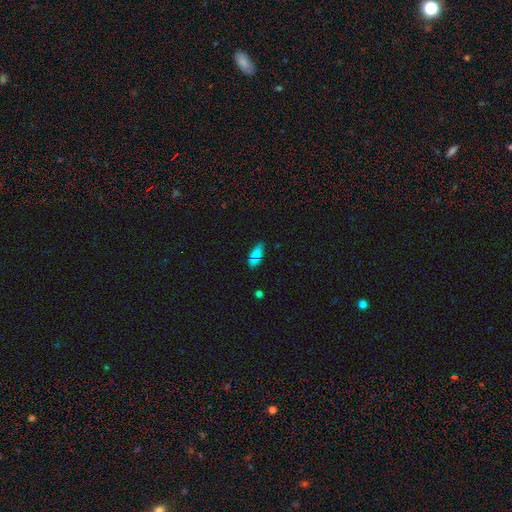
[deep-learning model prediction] A smooth galaxy with no disk features (77%) that is in between round and cigar-shaped (66%). Merging: none (73%).